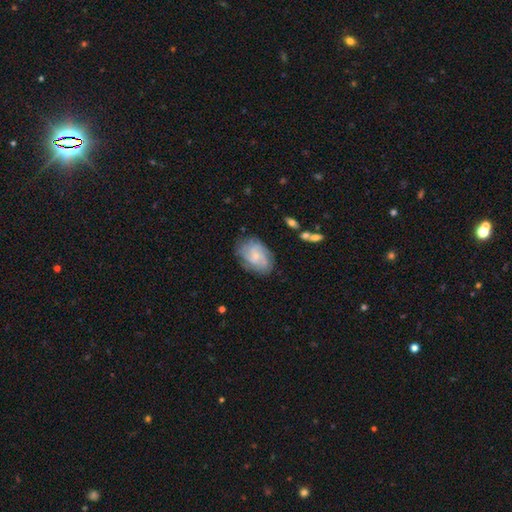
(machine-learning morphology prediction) A featured or disk galaxy (64%) with no bar (64%), tight (46%) spiral arms (88%) and a small central bulge (65%).

Vote fractions:
- Smooth or featured? featured or disk: 64% / smooth: 29% / star or artifact: 7%
- Edge-on disk? no: 97% / yes: 3%
- Bar? no: 64% / weak: 32% / strong: 4%
- Spiral arms? yes: 88% / no: 12%
- Spiral winding? tight: 46% / medium: 37% / loose: 17%
- Spiral arm count? can't tell: 41% / 3: 18% / 2: 16% / 4: 14% / more than 4: 6% / 1: 5%
- Bulge size? small: 65% / moderate: 20% / none: 12% / large: 2% / dominant: 1%
- Merging? none: 73% / minor disturbance: 19% / major disturbance: 6% / merger: 2%